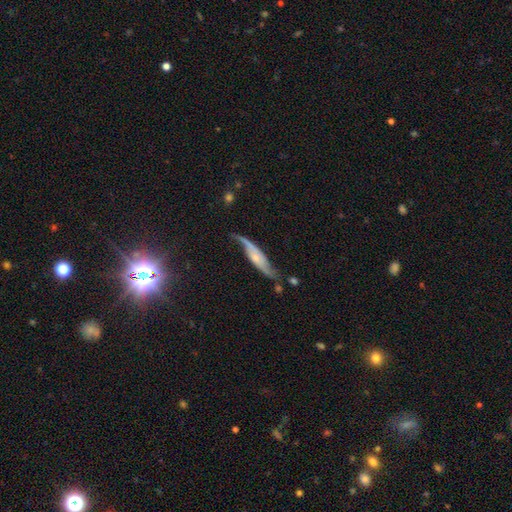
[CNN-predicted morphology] Overall: featured or disk (74%). Edge-on disk: no (64%; yes 36%). Merging: none (58%; minor disturbance 26%).